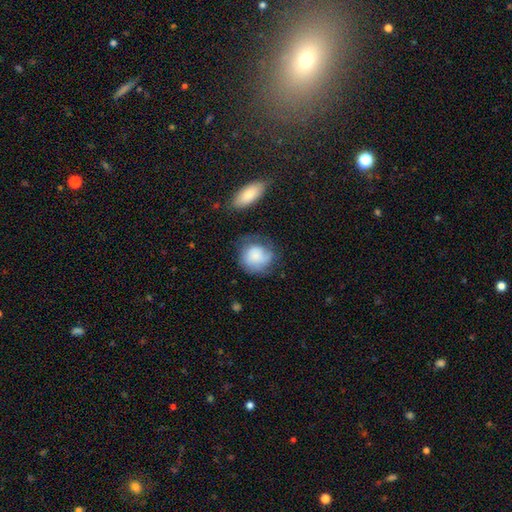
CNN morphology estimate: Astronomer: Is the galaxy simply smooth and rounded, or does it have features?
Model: smooth — 70%.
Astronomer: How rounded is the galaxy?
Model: round — 75%.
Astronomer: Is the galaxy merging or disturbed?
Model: none — 53%.